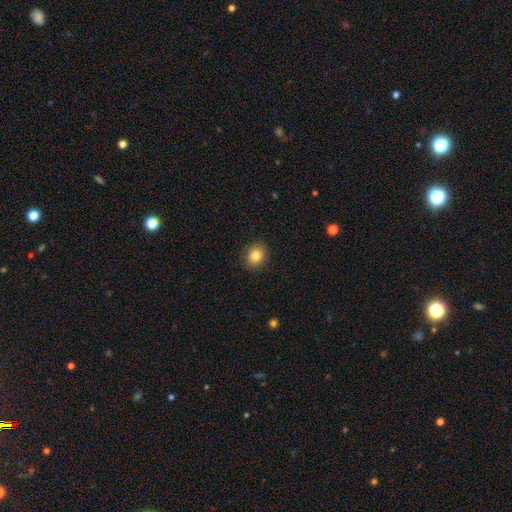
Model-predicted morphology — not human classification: Smooth or featured? Predicted: smooth (p=0.83). How rounded? Predicted: round (p=0.70). Merging? Predicted: none (p=0.89).